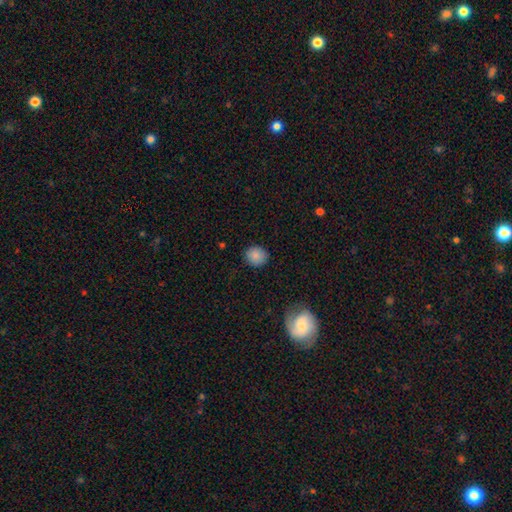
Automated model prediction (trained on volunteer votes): Q: Smooth or featured?
A: smooth (86%); runner-up: star or artifact (9%)
Q: How rounded?
A: round (78%); runner-up: in between (21%)
Q: Merging?
A: none (86%); runner-up: minor disturbance (10%)